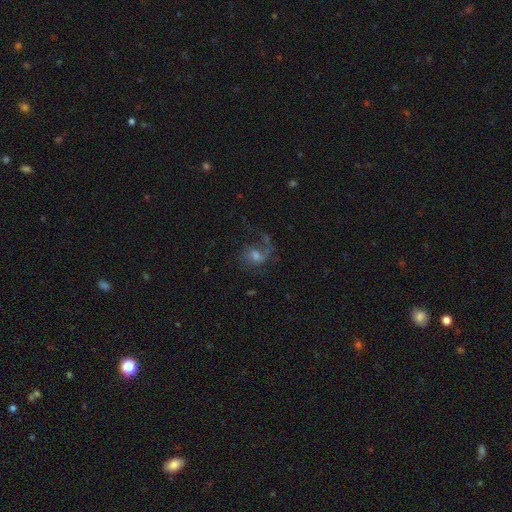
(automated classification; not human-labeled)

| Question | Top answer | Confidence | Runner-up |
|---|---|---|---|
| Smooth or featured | featured or disk | 70% | smooth (18%) |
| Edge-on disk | no | 98% | yes (2%) |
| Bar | no | 53% | weak (39%) |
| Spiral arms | yes | 90% | no (10%) |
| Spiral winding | loose | 56% | medium (35%) |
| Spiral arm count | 1 | 49% | 2 (41%) |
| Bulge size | moderate | 53% | small (33%) |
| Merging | none | 49% | major disturbance (30%) |